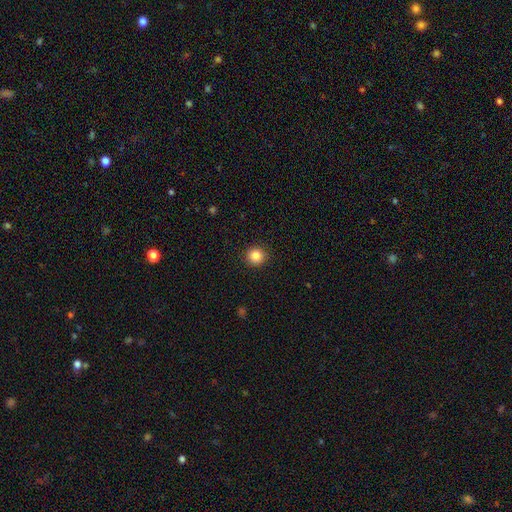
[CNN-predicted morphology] The model was most divided on "smooth or featured": smooth: 85%, star or artifact: 10%, featured or disk: 5%. More confident: how rounded — round (93%); merging — none (92%).